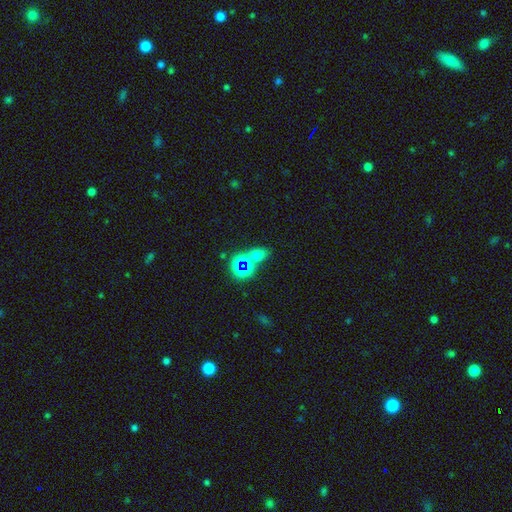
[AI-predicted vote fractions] smooth 52%, star or artifact 39%, featured or disk 10%. Down the decision tree: how rounded — in between (61%); merging — none (60%).